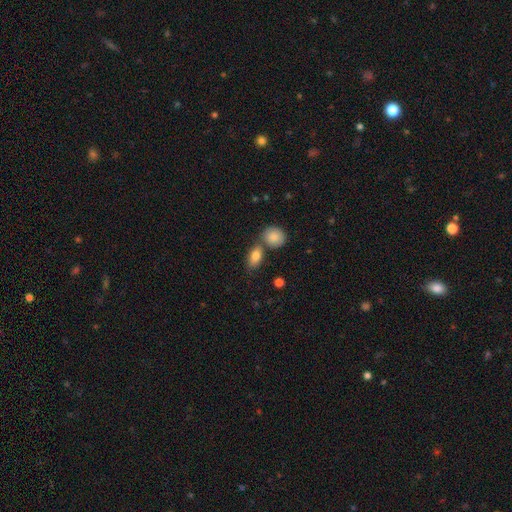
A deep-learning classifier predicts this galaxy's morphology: Smooth or featured: smooth — 83% (featured or disk — 10%)
How rounded: in between — 84% (round — 11%)
Merging: none — 55% (merger — 30%)